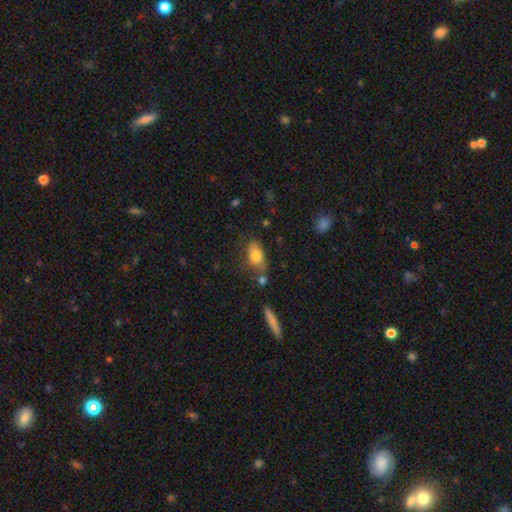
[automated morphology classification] The model was most divided on "merging": none: 55%, minor disturbance: 24%, merger: 12%, major disturbance: 9%. More confident: how rounded — in between (86%); smooth or featured — smooth (78%).